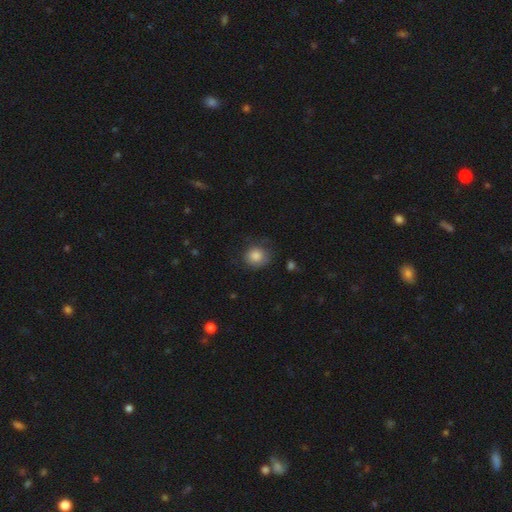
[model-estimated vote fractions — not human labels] smooth-or-featured: smooth: 84% | star or artifact: 8% | featured or disk: 8%
  how-rounded: round: 82% | in between: 17% | cigar-shaped: 1%
  merging: none: 68% | minor disturbance: 23% | major disturbance: 8% | merger: 1%